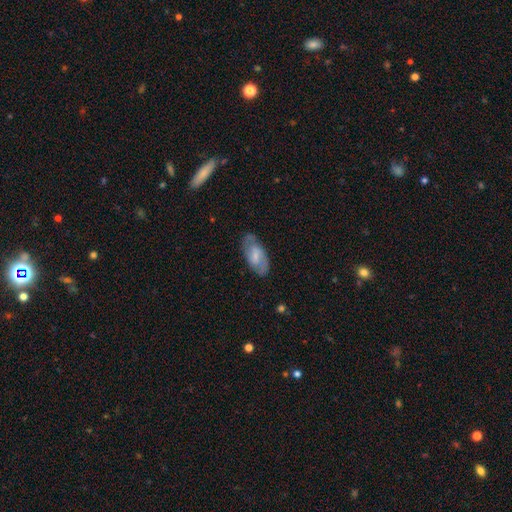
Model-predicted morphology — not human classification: Smooth or featured: featured or disk — 52% (smooth — 42%)
Edge-on disk: no — 91% (yes — 9%)
Merging: none — 74% (minor disturbance — 19%)